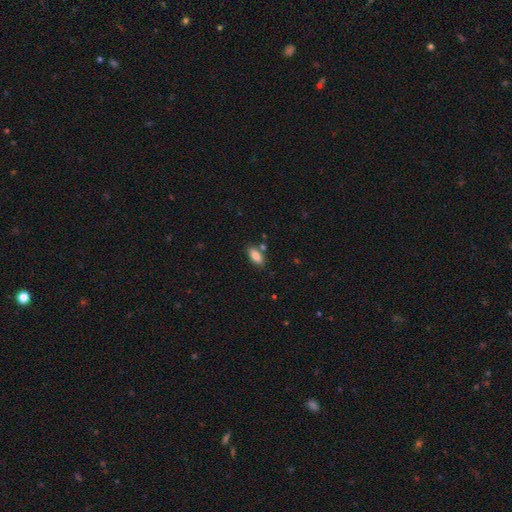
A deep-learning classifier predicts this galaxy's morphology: Smooth or featured: smooth — 84% (featured or disk — 9%)
How rounded: in between — 86% (cigar-shaped — 11%)
Merging: none — 78% (minor disturbance — 12%)